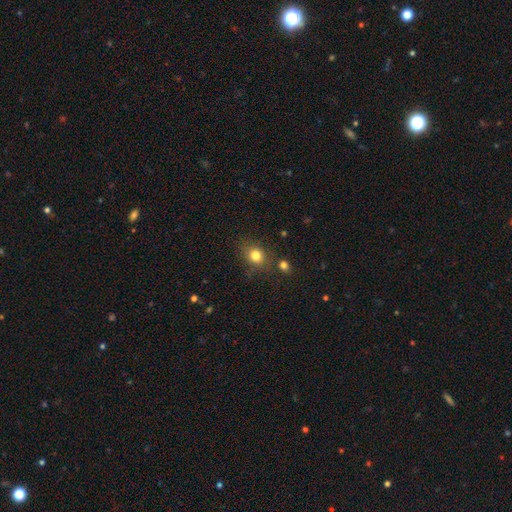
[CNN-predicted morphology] smooth_or_featured: smooth (p=0.80) [alt: star or artifact p=0.13]
how_rounded: round (p=0.66) [alt: in between p=0.33]
merging: none (p=0.75) [alt: minor disturbance p=0.14]